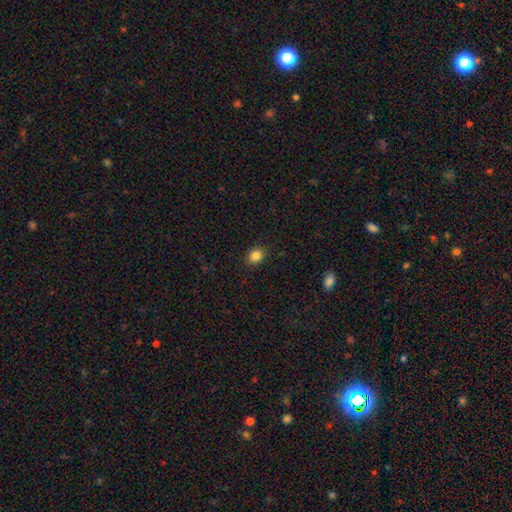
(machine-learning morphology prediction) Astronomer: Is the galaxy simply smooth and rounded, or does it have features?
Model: smooth — 85%.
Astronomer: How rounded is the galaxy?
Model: round — 51% (runner-up: in between, 48%).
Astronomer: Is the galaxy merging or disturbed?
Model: none — 89%.